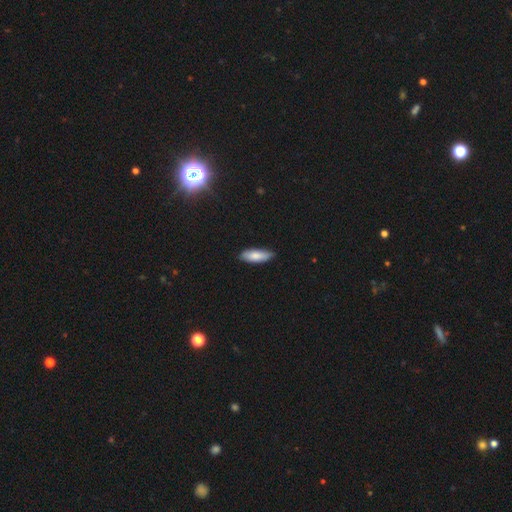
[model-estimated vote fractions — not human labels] A smooth galaxy with no disk features (82%) that is in between round and cigar-shaped (62%).

Vote fractions:
- Smooth or featured? smooth: 82% / featured or disk: 13% / star or artifact: 6%
- How rounded? in between: 62% / cigar-shaped: 36% / round: 2%
- Merging? none: 83% / minor disturbance: 14% / major disturbance: 2% / merger: 1%